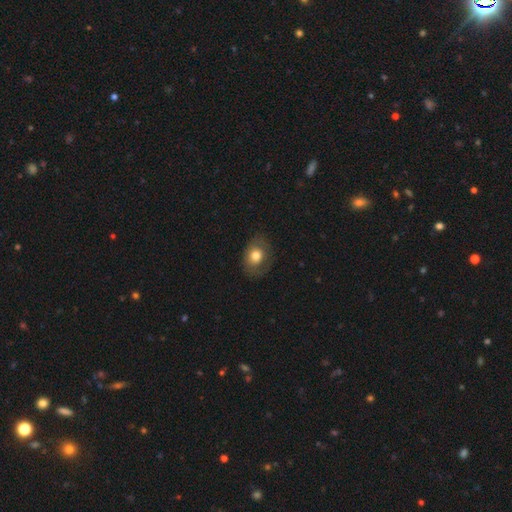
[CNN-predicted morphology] Smooth or featured? Predicted: smooth (p=0.70). How rounded? Predicted: in between (p=0.60). Merging? Predicted: none (p=0.76).